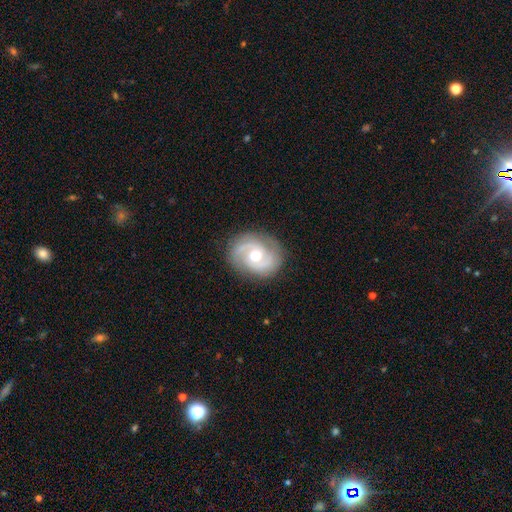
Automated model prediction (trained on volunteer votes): A featured or disk galaxy (86%) with no bar (56%), 2 (88%) medium (46%) spiral arms (95%) and a moderate central bulge (76%). Merging: none (84%).